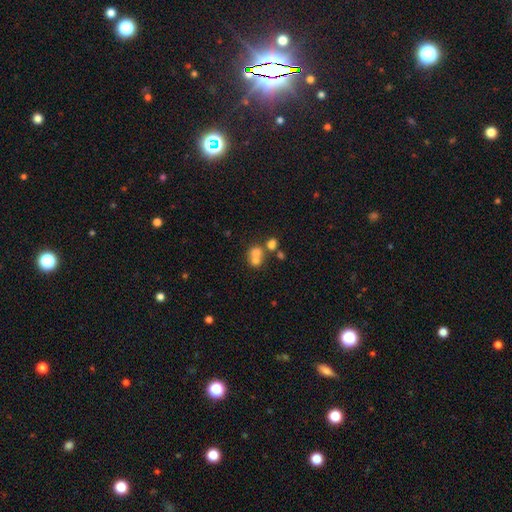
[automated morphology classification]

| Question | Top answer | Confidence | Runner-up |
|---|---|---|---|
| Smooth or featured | smooth | 66% | featured or disk (20%) |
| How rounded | round | 73% | in between (26%) |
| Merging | merger | 57% | none (32%) |